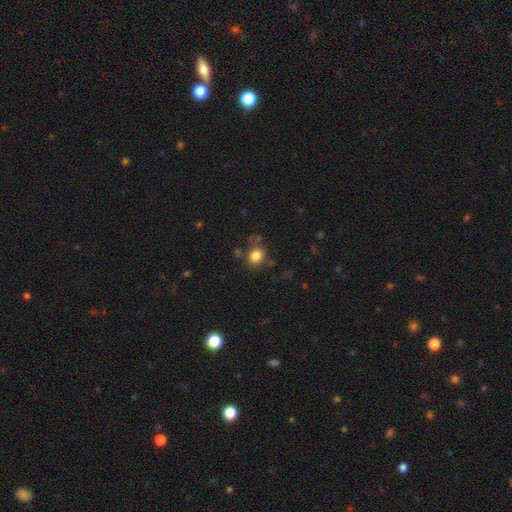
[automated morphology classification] type=smooth (82%); roundness=round (77%); merging=none (74%).